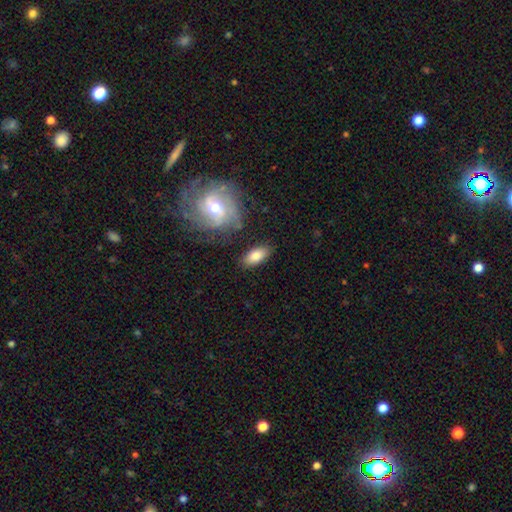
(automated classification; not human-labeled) This is clearly a smooth galaxy (80%). How rounded: clearly in between (88%). Merging: clearly none (81%).